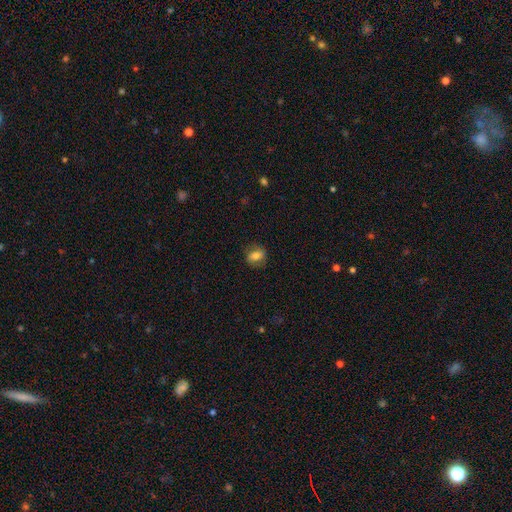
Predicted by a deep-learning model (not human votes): Smooth or featured? Predicted: smooth (p=0.75). How rounded? Predicted: in between (p=0.62). Merging? Predicted: none (p=0.80).